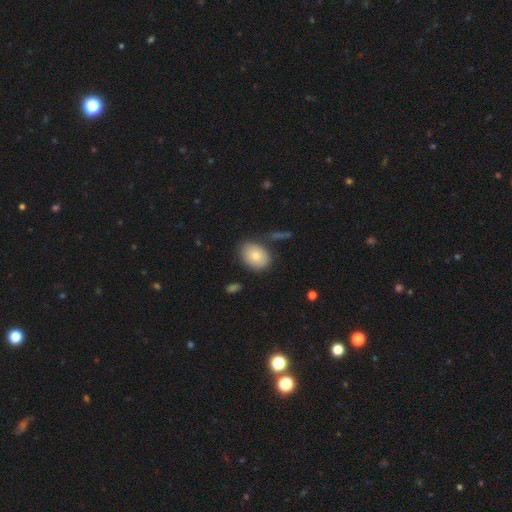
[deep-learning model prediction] This appears to be a smooth galaxy with no disk features (81%) that is in between round and cigar-shaped (70%). Merging: none (78%).